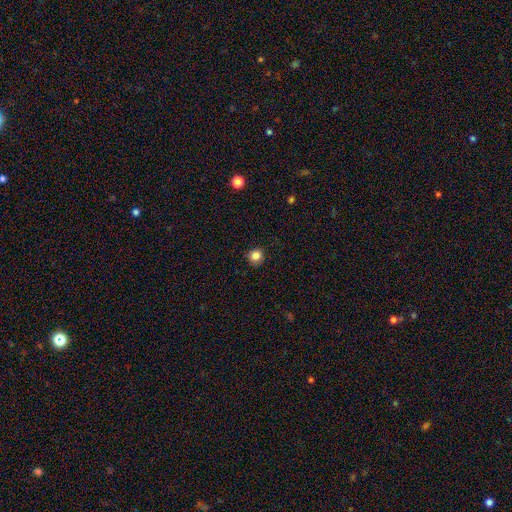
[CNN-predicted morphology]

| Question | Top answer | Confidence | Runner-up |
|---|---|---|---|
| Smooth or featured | smooth | 83% | star or artifact (12%) |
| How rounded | round | 92% | in between (7%) |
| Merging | none | 87% | minor disturbance (10%) |